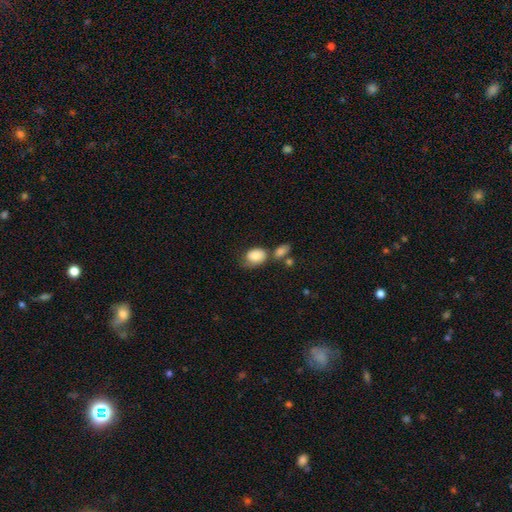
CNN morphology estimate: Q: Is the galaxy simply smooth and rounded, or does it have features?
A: smooth — 82%.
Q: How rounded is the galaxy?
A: in between — 77%.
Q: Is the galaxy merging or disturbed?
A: none — 38%.